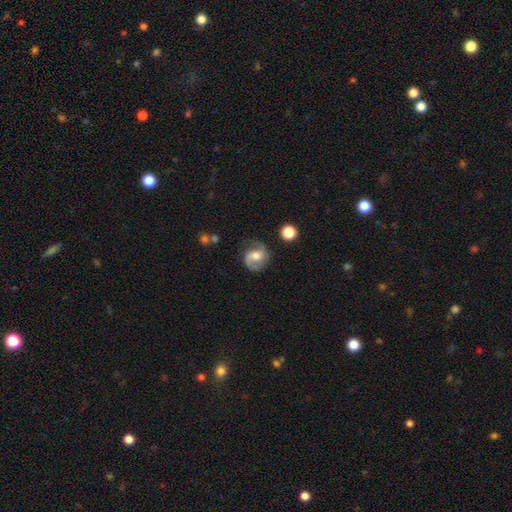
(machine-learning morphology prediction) Smooth or featured? featured or disk (77%)
Edge-on disk? no (98%)
Bar? no (45%)
Spiral arms? yes (95%)
Spiral winding? medium (50%)
Spiral arm count? 2 (88%)
Bulge size? moderate (66%)
Merging? none (75%)